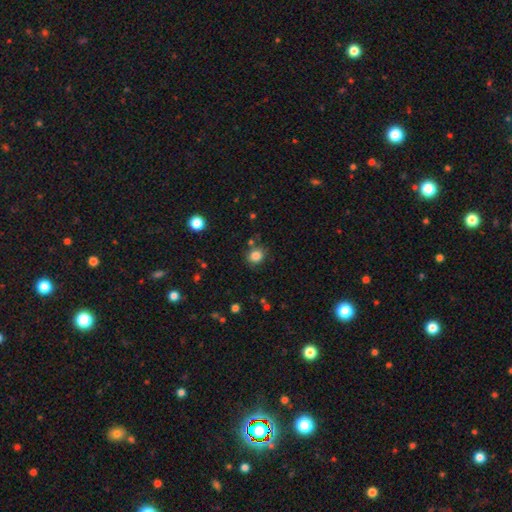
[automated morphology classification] Smooth or featured? smooth (83%)
How rounded? round (77%)
Merging? none (80%)